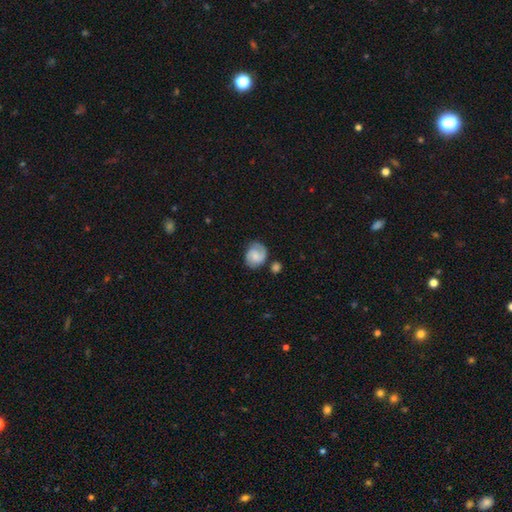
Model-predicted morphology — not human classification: Smooth or featured: featured or disk — 49% (smooth — 43%)
Merging: none — 65% (minor disturbance — 21%)